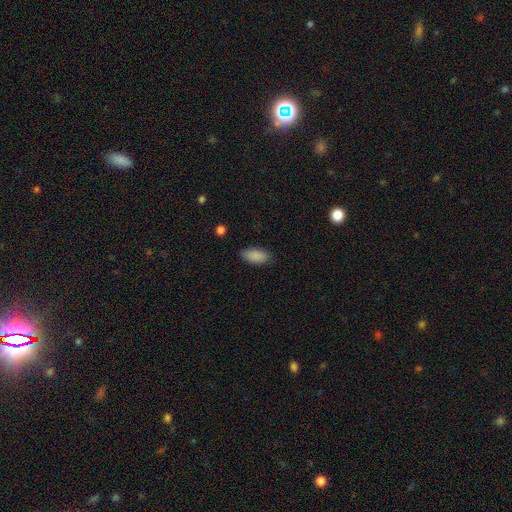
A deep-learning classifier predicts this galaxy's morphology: smooth 89%, star or artifact 7%, featured or disk 4%. Down the decision tree: how rounded — in between (91%); merging — none (83%).